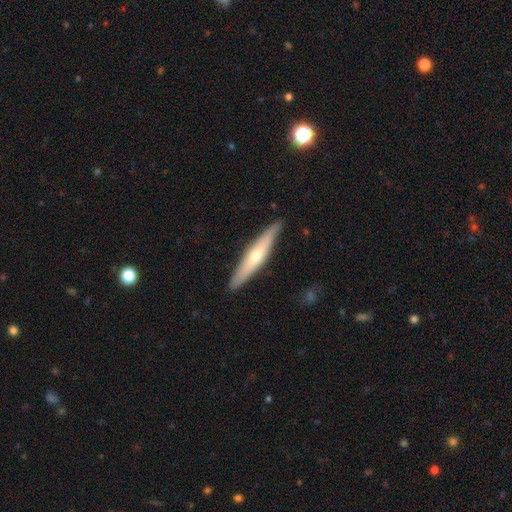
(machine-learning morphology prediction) smooth_or_featured: featured or disk (p=0.51) [alt: smooth p=0.43]
disk_edge_on: yes (p=0.90) [alt: no p=0.10]
merging: none (p=0.87) [alt: minor disturbance p=0.10]